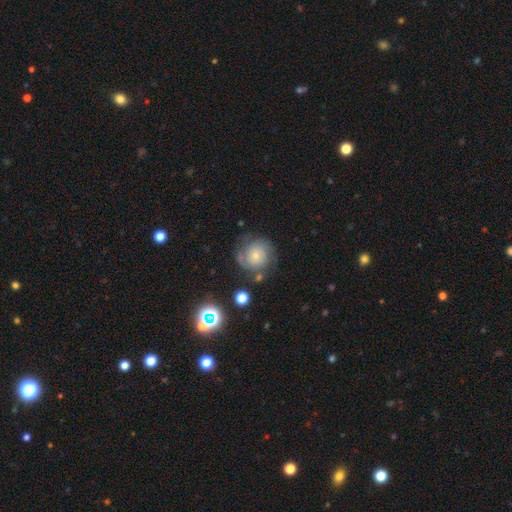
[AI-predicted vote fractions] A featured or disk galaxy (62%) with no bar (80%), 2 (45%) tight (58%) spiral arms (86%) and a small central bulge (64%). Merging: none (64%).